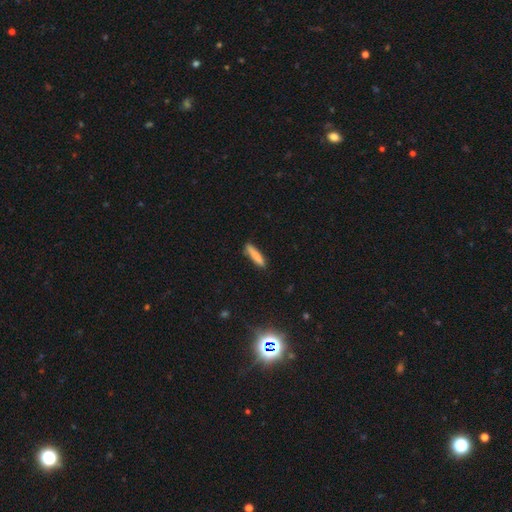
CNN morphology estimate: Smooth or featured?
  - smooth: 83% *
  - featured or disk: 11%
  - star or artifact: 6%
How rounded?
  - cigar-shaped: 88% *
  - in between: 11%
  - round: 1%
Merging?
  - none: 86% *
  - minor disturbance: 11%
  - major disturbance: 2%
  - merger: 2%